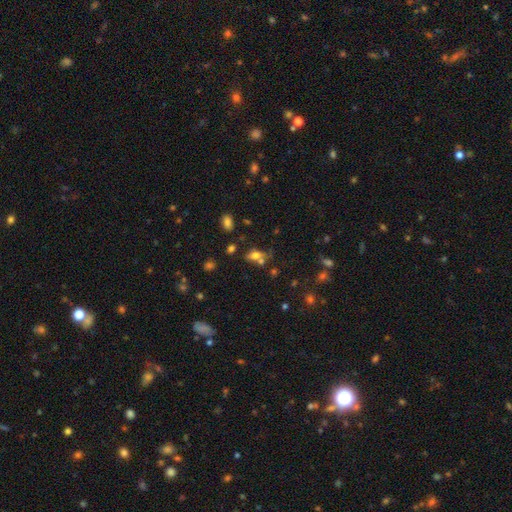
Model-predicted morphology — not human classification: This is likely a smooth galaxy (65%). How rounded: likely in between (76%). Merging: marginally none (42%).